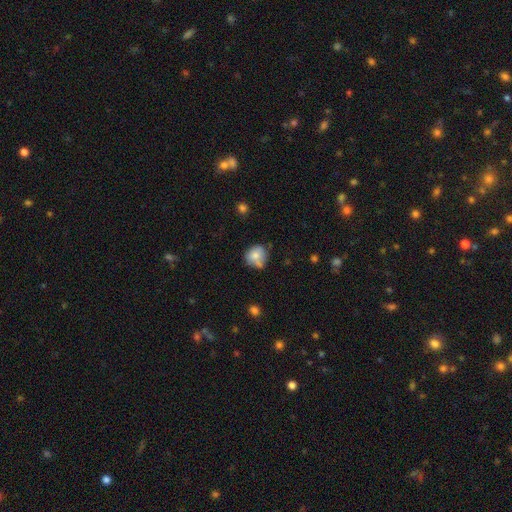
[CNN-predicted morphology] smooth_or_featured: smooth (p=0.73) [alt: featured or disk p=0.18]
how_rounded: round (p=0.73) [alt: in between p=0.26]
merging: none (p=0.51) [alt: minor disturbance p=0.27]